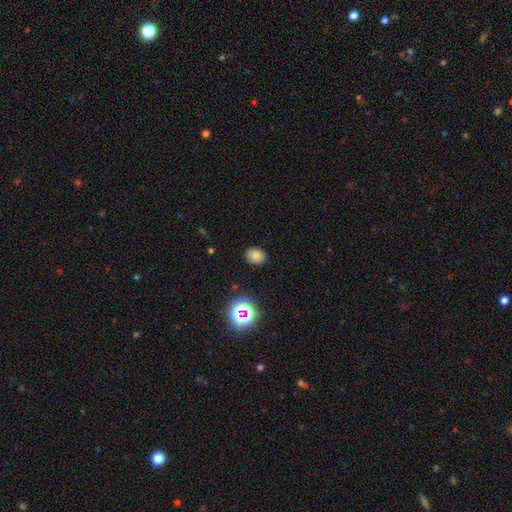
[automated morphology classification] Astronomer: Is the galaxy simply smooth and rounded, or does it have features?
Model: smooth — 78%.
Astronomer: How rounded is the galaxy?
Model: round — 52% (runner-up: in between, 47%).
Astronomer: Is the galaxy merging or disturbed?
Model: none — 87%.